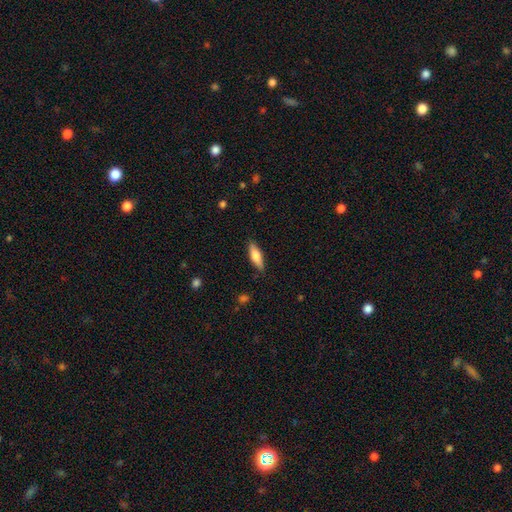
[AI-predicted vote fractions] This appears to be a smooth galaxy with no disk features (69%) that is cigar-shaped (50%). Merging: none (86%).